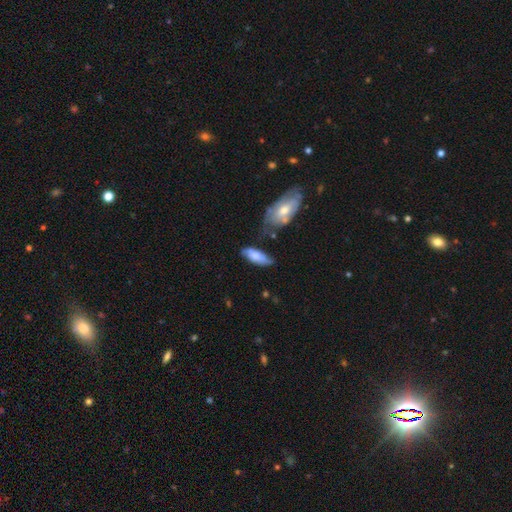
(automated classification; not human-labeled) This appears to be a smooth galaxy with no disk features (64%) that is in between round and cigar-shaped (74%). Merging: none (49%).